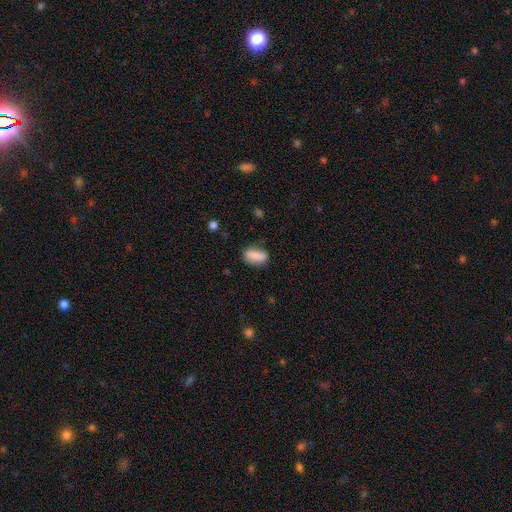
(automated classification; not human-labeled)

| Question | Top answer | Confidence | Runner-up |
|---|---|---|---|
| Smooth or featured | smooth | 85% | star or artifact (8%) |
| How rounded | in between | 78% | cigar-shaped (17%) |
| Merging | none | 73% | minor disturbance (18%) |